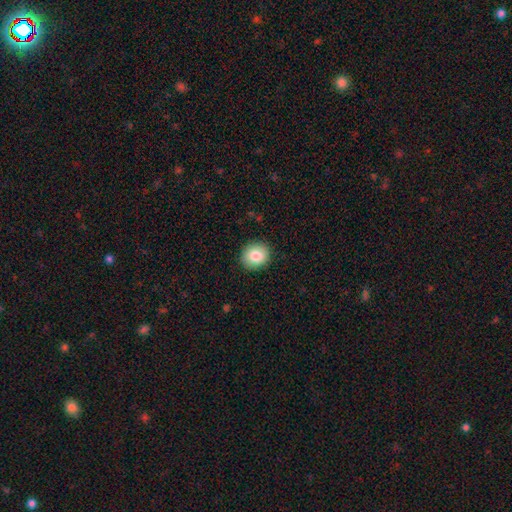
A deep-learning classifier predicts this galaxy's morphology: Smooth or featured?
  - smooth: 83% *
  - star or artifact: 9%
  - featured or disk: 8%
How rounded?
  - round: 76% *
  - in between: 23%
  - cigar-shaped: 1%
Merging?
  - none: 90% *
  - minor disturbance: 7%
  - major disturbance: 2%
  - merger: 1%